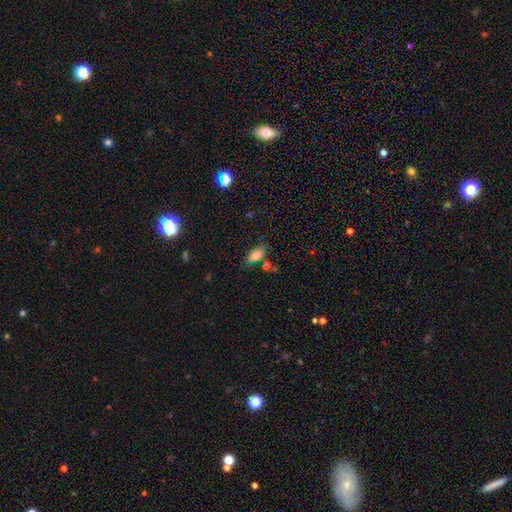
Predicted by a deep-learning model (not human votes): Smooth or featured: smooth — 77% (featured or disk — 14%)
How rounded: in between — 85% (cigar-shaped — 11%)
Merging: none — 70% (minor disturbance — 17%)